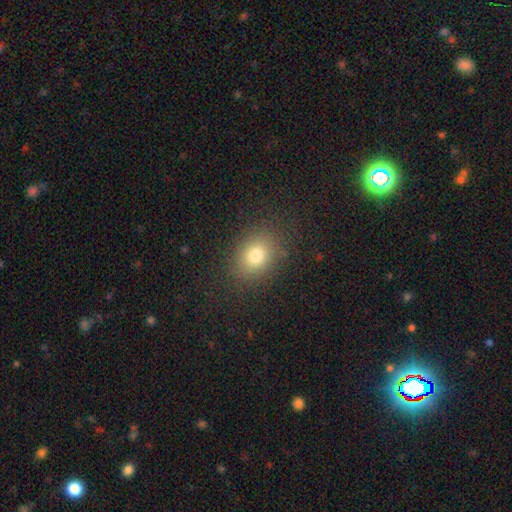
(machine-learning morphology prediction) This appears to be a smooth galaxy with no disk features (78%) that is in between round and cigar-shaped (56%). Merging: none (84%).